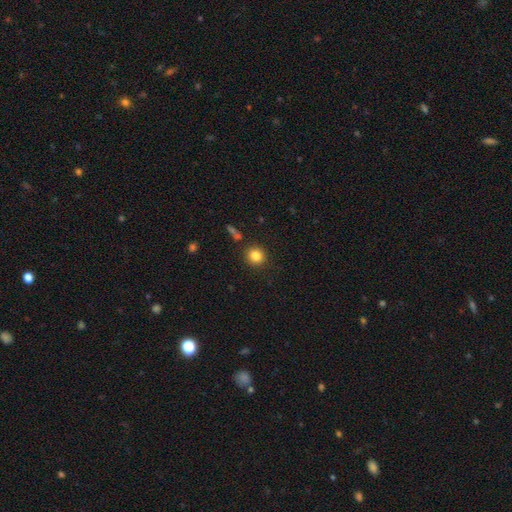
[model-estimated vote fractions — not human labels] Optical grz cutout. It shows a smooth galaxy with no disk features (84%) that is round (87%). Merging: none (87%).